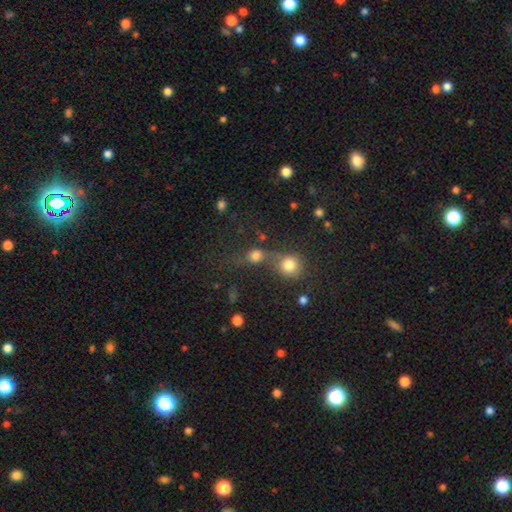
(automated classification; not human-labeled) smooth 75%, star or artifact 16%, featured or disk 9%. Down the decision tree: how rounded — round (73%); merging — merger (53%).